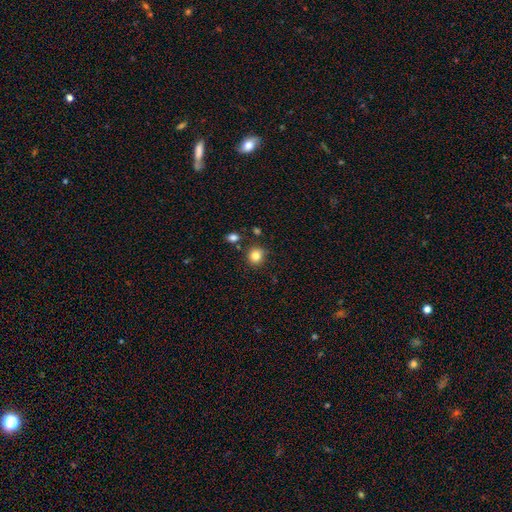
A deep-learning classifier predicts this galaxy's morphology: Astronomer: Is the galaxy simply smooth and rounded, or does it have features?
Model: smooth — 83%.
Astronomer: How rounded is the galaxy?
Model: round — 86%.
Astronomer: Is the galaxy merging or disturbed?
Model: none — 83%.